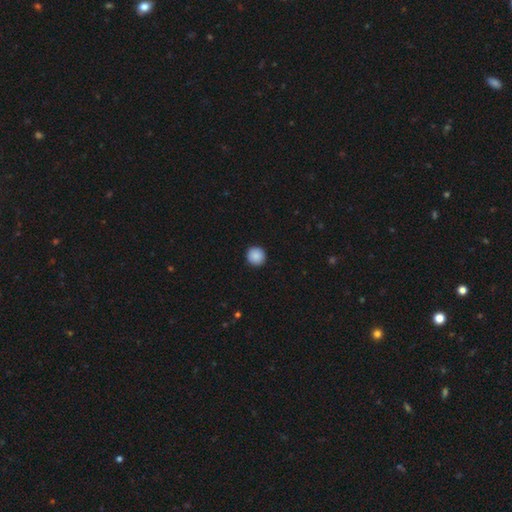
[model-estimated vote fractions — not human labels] A smooth galaxy with no disk features (89%) that is round (94%). Merging: none (93%).